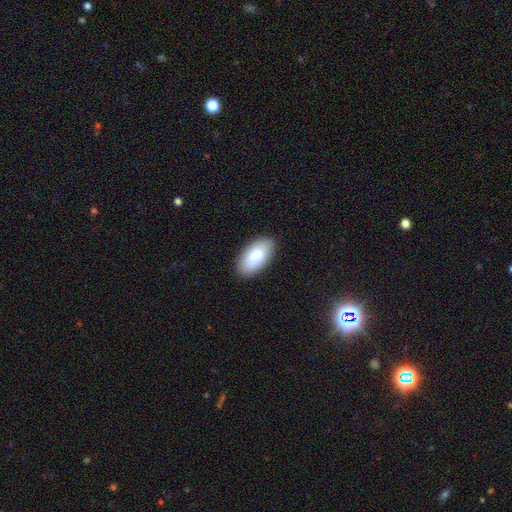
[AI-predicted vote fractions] Smooth or featured? Predicted: smooth (p=0.80). How rounded? Predicted: in between (p=0.95). Merging? Predicted: none (p=0.89).